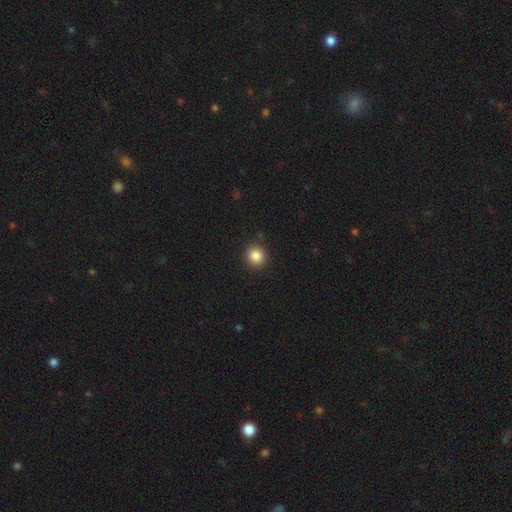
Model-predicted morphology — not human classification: smooth-or-featured: smooth: 85% | star or artifact: 10% | featured or disk: 5%
  how-rounded: round: 90% | in between: 9% | cigar-shaped: 1%
  merging: none: 91% | minor disturbance: 6% | major disturbance: 2% | merger: 1%